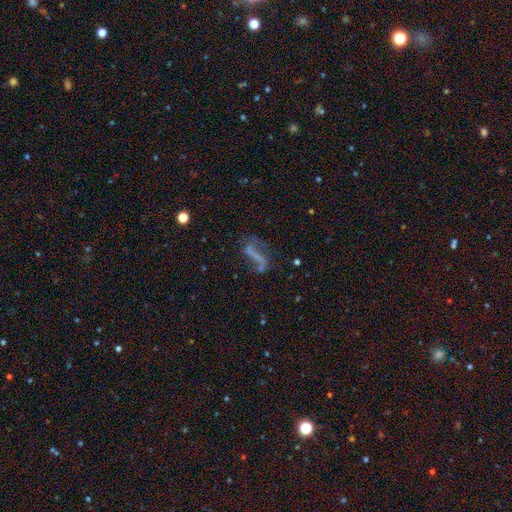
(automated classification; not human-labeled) A featured or disk galaxy (58%). Merging: none (46%).